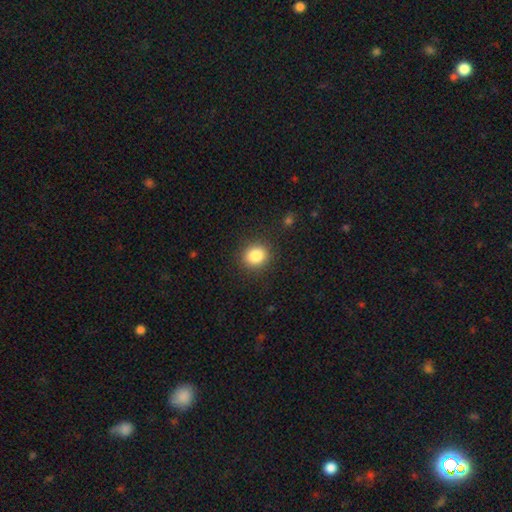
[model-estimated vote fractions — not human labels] This is clearly a smooth galaxy (85%). How rounded: likely round (75%). Merging: clearly none (89%).